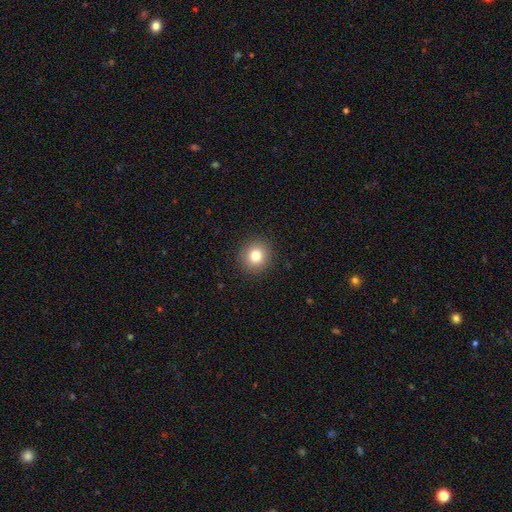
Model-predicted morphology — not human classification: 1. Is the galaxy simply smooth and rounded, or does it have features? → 81% smooth, 11% star or artifact, 8% featured or disk.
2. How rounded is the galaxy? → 89% round, 10% in between, 1% cigar-shaped.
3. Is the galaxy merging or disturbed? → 91% none, 6% minor disturbance, 2% major disturbance, 1% merger.